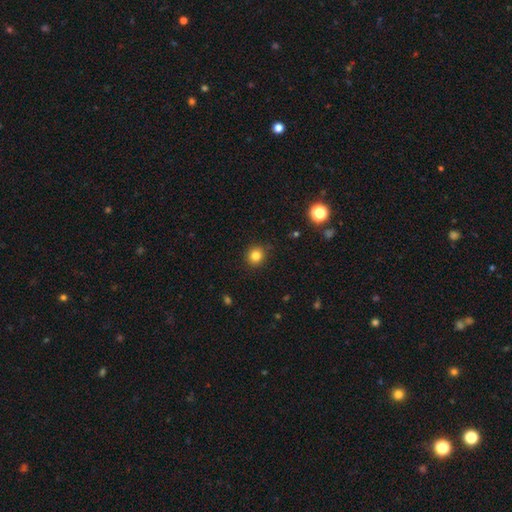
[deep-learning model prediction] Smooth or featured? Predicted: smooth (p=0.82). How rounded? Predicted: round (p=0.89). Merging? Predicted: none (p=0.89).